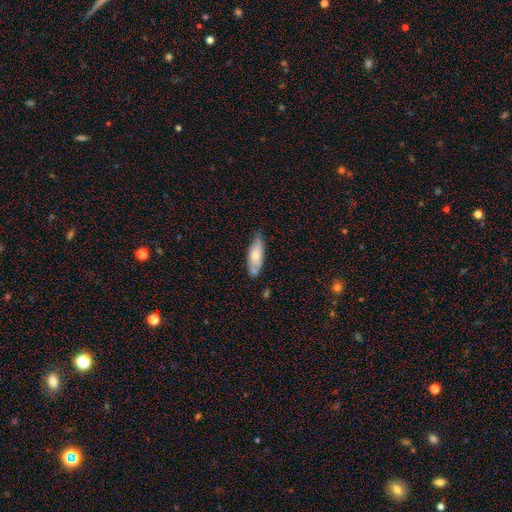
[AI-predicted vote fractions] smooth-or-featured: smooth: 64% | featured or disk: 29% | star or artifact: 6%
  how-rounded: in between: 65% | cigar-shaped: 33% | round: 2%
  merging: none: 66% | minor disturbance: 24% | merger: 6% | major disturbance: 4%